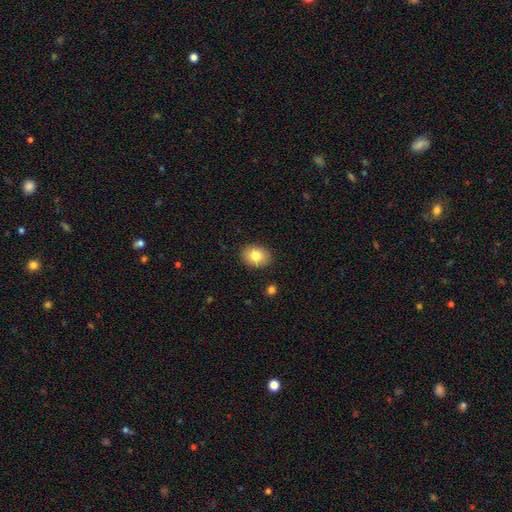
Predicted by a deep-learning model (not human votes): This is clearly a smooth galaxy (80%). How rounded: possibly in between (59%). Merging: clearly none (88%).